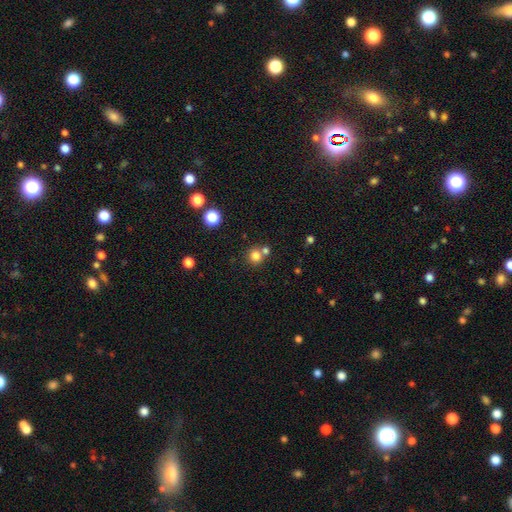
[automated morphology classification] A smooth galaxy with no disk features (78%) that is round (90%).

Vote fractions:
- Smooth or featured? smooth: 78% / star or artifact: 15% / featured or disk: 7%
- How rounded? round: 90% / in between: 10% / cigar-shaped: 1%
- Merging? none: 62% / merger: 28% / minor disturbance: 7% / major disturbance: 3%